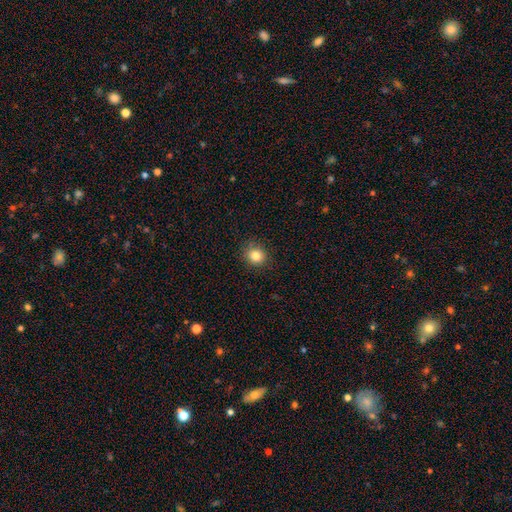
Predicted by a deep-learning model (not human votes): This is clearly a smooth galaxy (83%). How rounded: clearly round (80%). Merging: clearly none (88%).